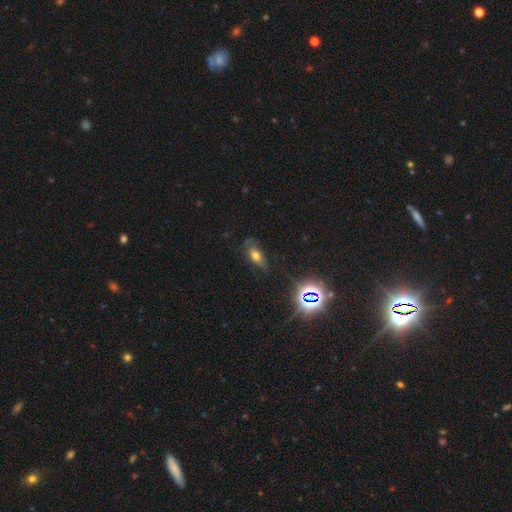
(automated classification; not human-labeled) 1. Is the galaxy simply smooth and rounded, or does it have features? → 55% smooth, 23% star or artifact, 22% featured or disk.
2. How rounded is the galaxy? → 77% in between, 15% cigar-shaped, 8% round.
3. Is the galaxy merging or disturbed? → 66% none, 23% minor disturbance, 9% major disturbance, 2% merger.